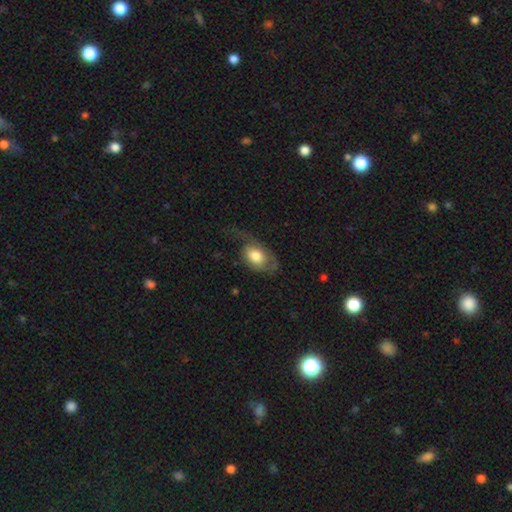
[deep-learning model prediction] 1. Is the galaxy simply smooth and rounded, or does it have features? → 60% smooth, 33% featured or disk, 6% star or artifact.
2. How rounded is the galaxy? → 84% in between, 13% round, 2% cigar-shaped.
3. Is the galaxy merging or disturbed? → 40% major disturbance, 31% none, 27% minor disturbance, 2% merger.